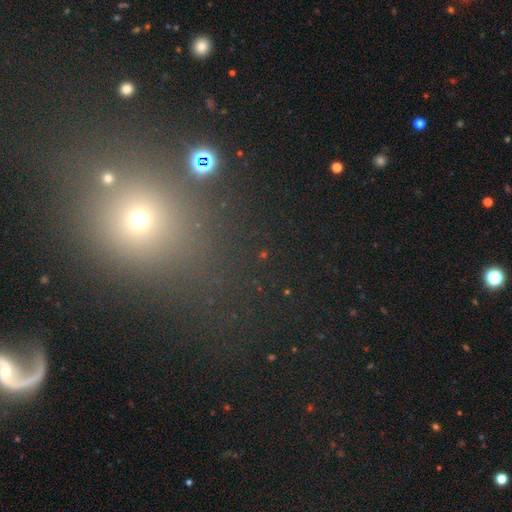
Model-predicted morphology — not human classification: Overall: star or artifact (44%; smooth 37%).